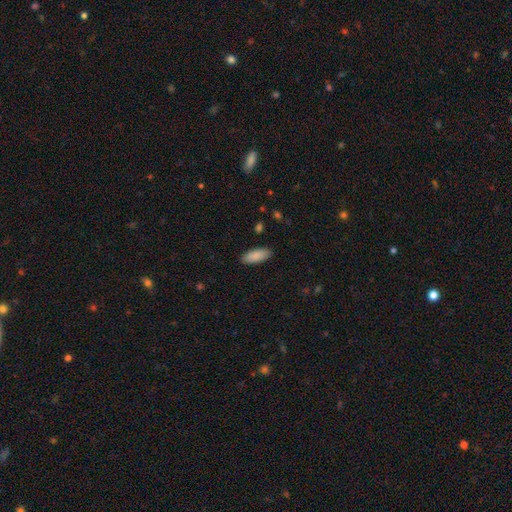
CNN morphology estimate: A smooth galaxy with no disk features (89%) that is in between round and cigar-shaped (80%). Merging: none (89%).